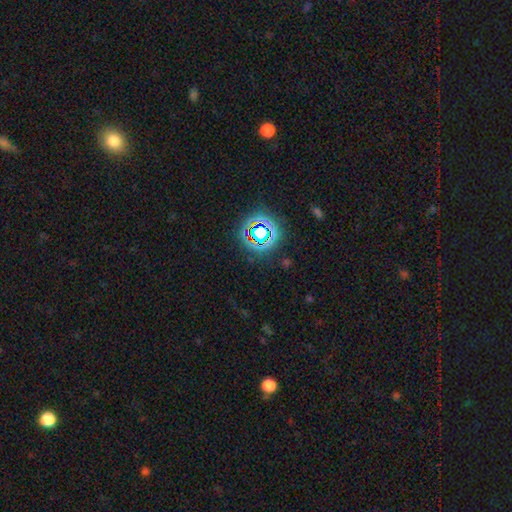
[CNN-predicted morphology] A star or artifact, not a galaxy (58%).